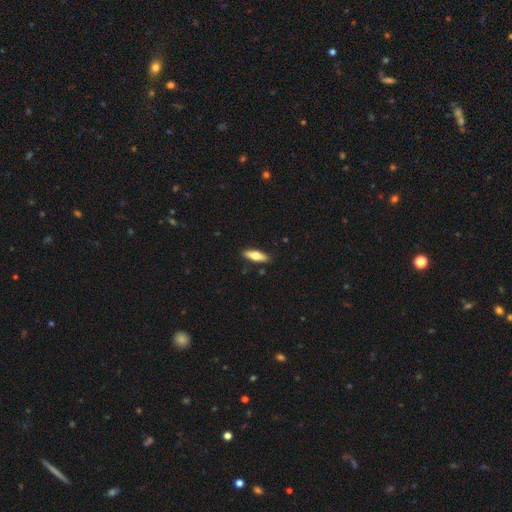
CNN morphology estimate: Q: Smooth or featured?
A: smooth (61%); runner-up: featured or disk (33%)
Q: How rounded?
A: cigar-shaped (50%); runner-up: in between (48%)
Q: Merging?
A: none (89%); runner-up: minor disturbance (8%)